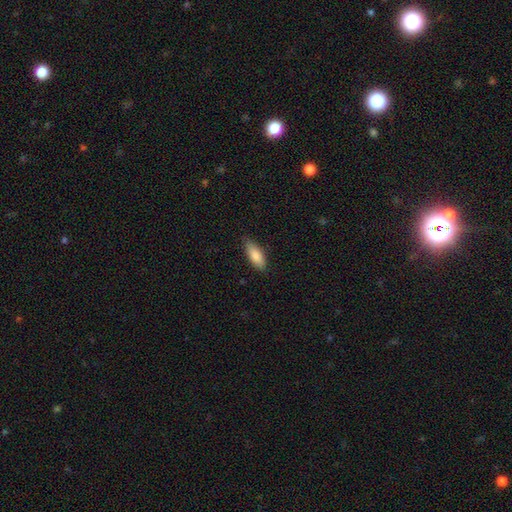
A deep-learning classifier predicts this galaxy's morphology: smooth_or_featured: smooth (p=0.85) [alt: featured or disk p=0.09]
how_rounded: in between (p=0.77) [alt: cigar-shaped p=0.21]
merging: none (p=0.81) [alt: minor disturbance p=0.16]